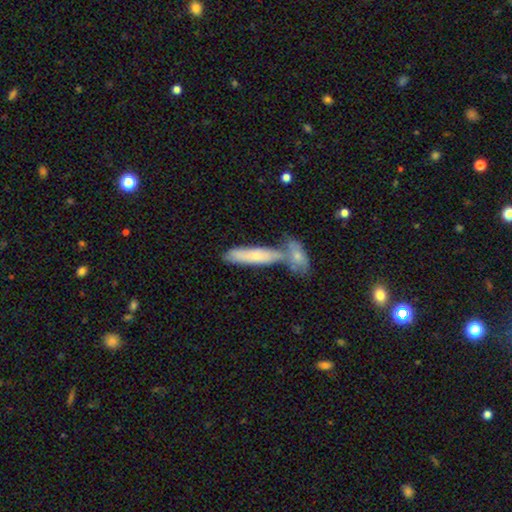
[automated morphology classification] This appears to be a smooth galaxy with no disk features (65%) that is cigar-shaped (73%). Merging: none (45%).